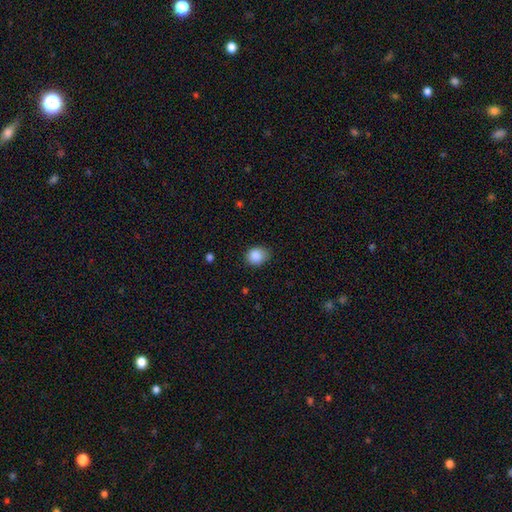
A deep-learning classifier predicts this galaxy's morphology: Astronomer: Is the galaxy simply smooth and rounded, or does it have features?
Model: smooth — 88%.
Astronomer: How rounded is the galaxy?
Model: round — 62%.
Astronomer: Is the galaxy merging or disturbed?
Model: none — 77%.